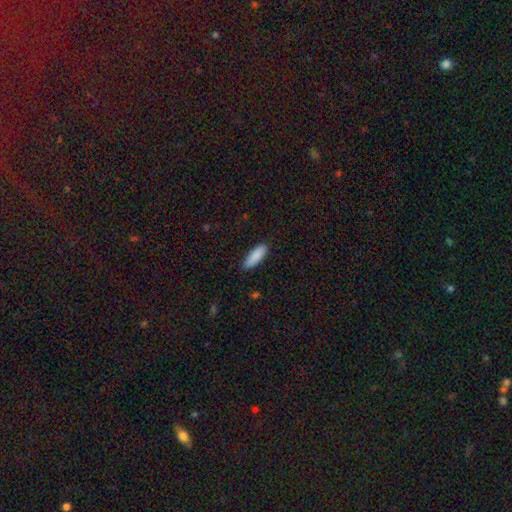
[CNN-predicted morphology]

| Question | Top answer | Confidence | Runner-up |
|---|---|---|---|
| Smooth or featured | smooth | 89% | star or artifact (6%) |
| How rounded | in between | 58% | cigar-shaped (41%) |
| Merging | none | 87% | minor disturbance (10%) |